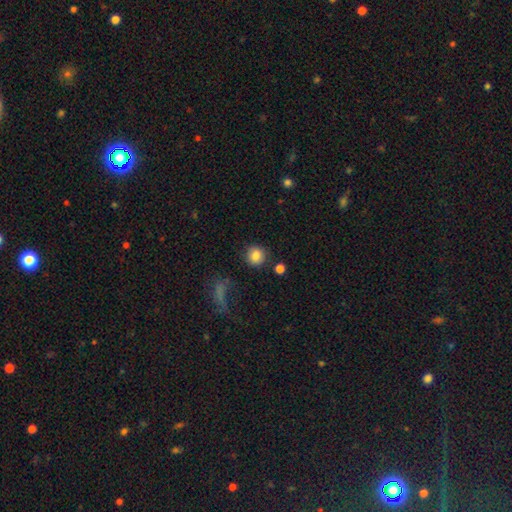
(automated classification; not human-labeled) Smooth or featured? smooth (84%)
How rounded? round (88%)
Merging? none (85%)